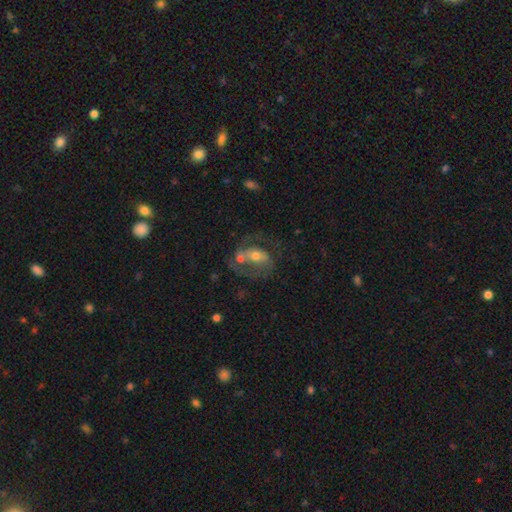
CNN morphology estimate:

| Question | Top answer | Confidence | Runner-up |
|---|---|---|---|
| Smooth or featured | featured or disk | 68% | smooth (23%) |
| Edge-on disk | no | 96% | yes (4%) |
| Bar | no | 49% | weak (32%) |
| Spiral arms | yes | 72% | no (28%) |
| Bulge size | moderate | 61% | small (28%) |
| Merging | none | 36% | merger (28%) |